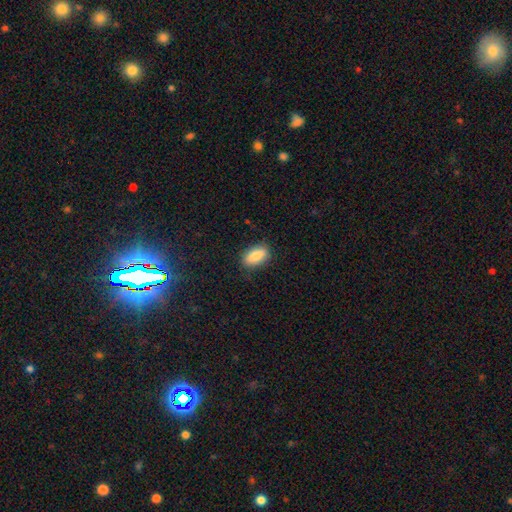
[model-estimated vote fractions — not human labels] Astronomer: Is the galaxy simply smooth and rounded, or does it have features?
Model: smooth — 82%.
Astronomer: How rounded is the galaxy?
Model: in between — 87%.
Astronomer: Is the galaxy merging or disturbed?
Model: none — 85%.